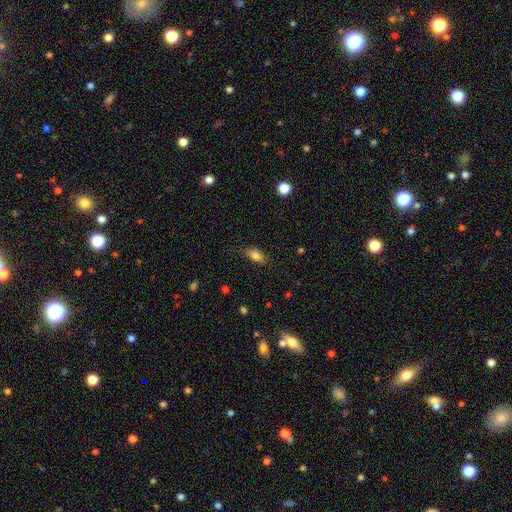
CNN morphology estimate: The model was most divided on "merging": none: 74%, minor disturbance: 19%, major disturbance: 5%, merger: 1%. More confident: how rounded — in between (80%); smooth or featured — smooth (76%).